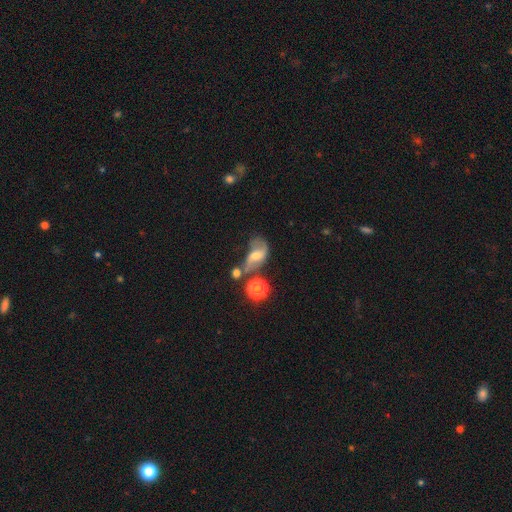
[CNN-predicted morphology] This appears to be a featured or disk galaxy (60%) with a weak bar (46%), spiral arms (83%) and a moderate central bulge (51%). Merging: none (41%).